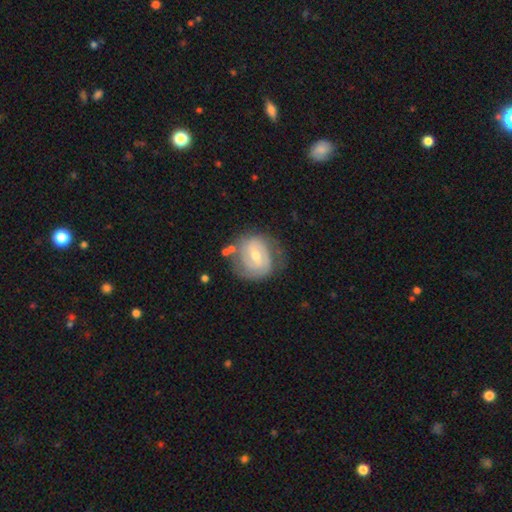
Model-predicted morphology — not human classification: The model was most divided on "bulge size": moderate: 59%, small: 37%, large: 2%, none: 1%, dominant: 1%. More confident: edge-on disk — no (97%); spiral arms — yes (91%); smooth or featured — featured or disk (80%); merging — none (66%); spiral winding — tight (63%); spiral arm count — 2 (58%); bar — weak (54%).